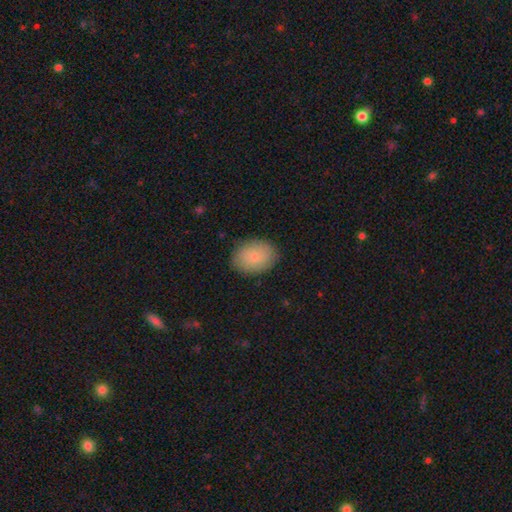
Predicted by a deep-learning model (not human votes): Smooth or featured?
  - smooth: 84% *
  - featured or disk: 9%
  - star or artifact: 7%
How rounded?
  - in between: 72% *
  - round: 27%
  - cigar-shaped: 1%
Merging?
  - none: 87% *
  - minor disturbance: 10%
  - major disturbance: 3%
  - merger: 1%